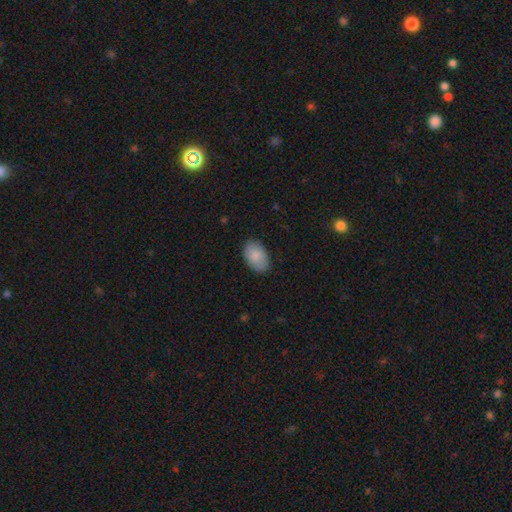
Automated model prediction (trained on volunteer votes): A smooth galaxy with no disk features (86%) that is in between round and cigar-shaped (91%).

Vote fractions:
- Smooth or featured? smooth: 86% / featured or disk: 8% / star or artifact: 6%
- How rounded? in between: 91% / round: 8% / cigar-shaped: 1%
- Merging? none: 85% / minor disturbance: 12% / major disturbance: 2% / merger: 1%